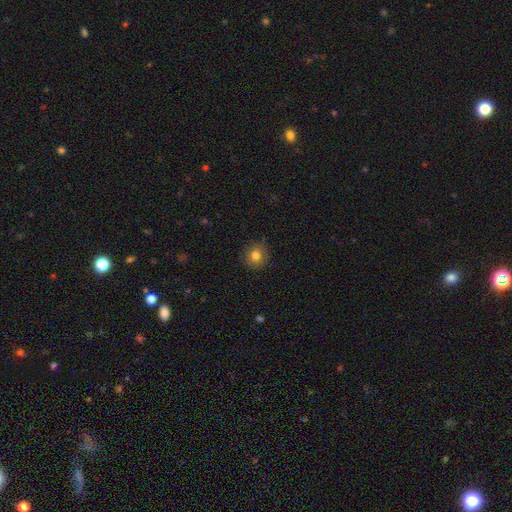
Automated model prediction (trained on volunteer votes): The model was most divided on "smooth or featured": smooth: 81%, star or artifact: 12%, featured or disk: 7%. More confident: how rounded — round (90%); merging — none (88%).